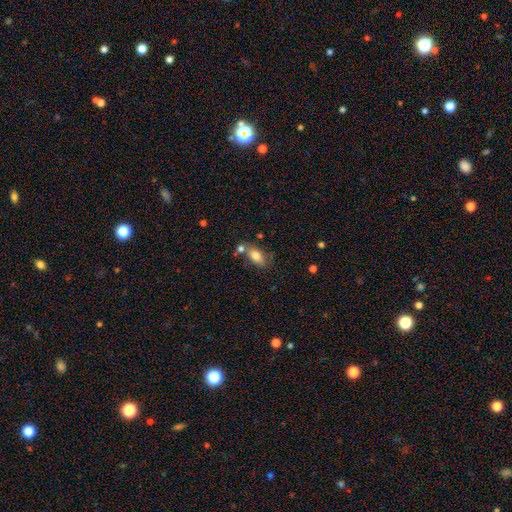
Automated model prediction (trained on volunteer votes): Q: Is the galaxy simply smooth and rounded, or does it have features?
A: smooth — 78%.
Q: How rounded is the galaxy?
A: in between — 87%.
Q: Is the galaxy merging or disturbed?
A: none — 54%.